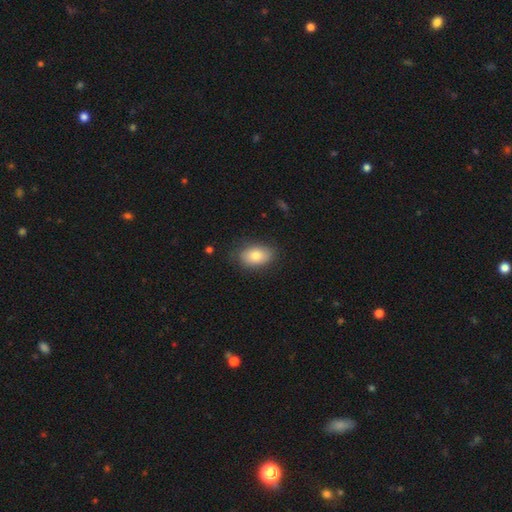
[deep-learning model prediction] Smooth or featured: smooth — 81% (featured or disk — 12%)
How rounded: in between — 85% (round — 13%)
Merging: none — 79% (minor disturbance — 16%)